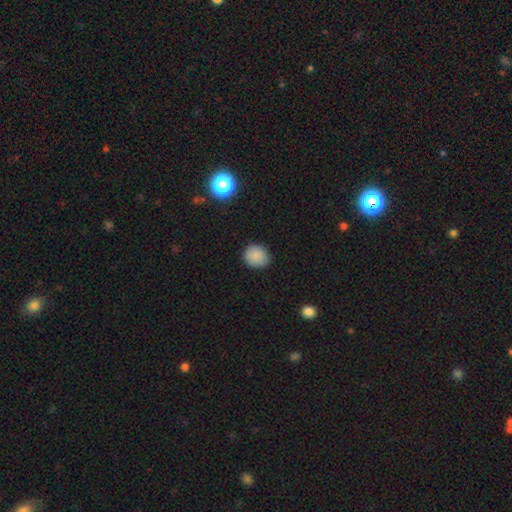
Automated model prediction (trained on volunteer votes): Overall: smooth (86%). How rounded: round (82%). Merging: none (87%).